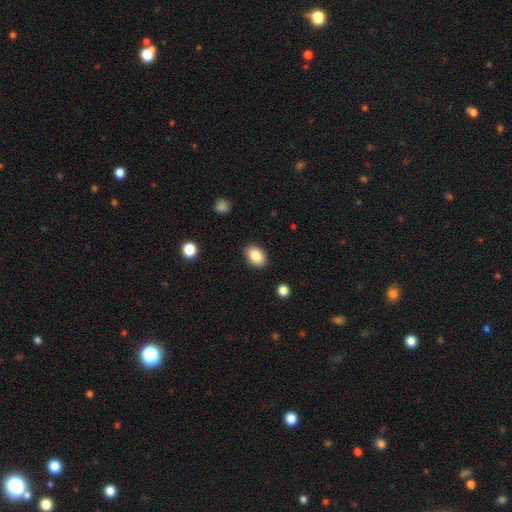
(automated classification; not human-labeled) smooth-or-featured: smooth: 86% | star or artifact: 8% | featured or disk: 6%
  how-rounded: in between: 82% | round: 16% | cigar-shaped: 1%
  merging: none: 88% | minor disturbance: 8% | major disturbance: 2% | merger: 1%